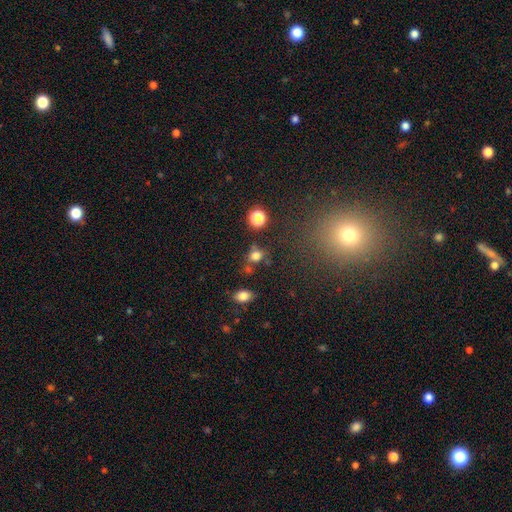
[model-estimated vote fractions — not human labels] A smooth galaxy with no disk features (76%) that is round (58%). Merging: none (58%).